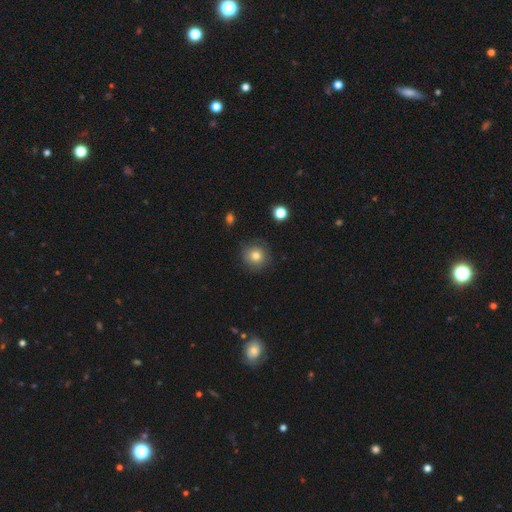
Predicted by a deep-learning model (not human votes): smooth_or_featured: smooth (p=0.77) [alt: featured or disk p=0.11]
how_rounded: round (p=0.93) [alt: in between p=0.06]
merging: none (p=0.83) [alt: minor disturbance p=0.12]